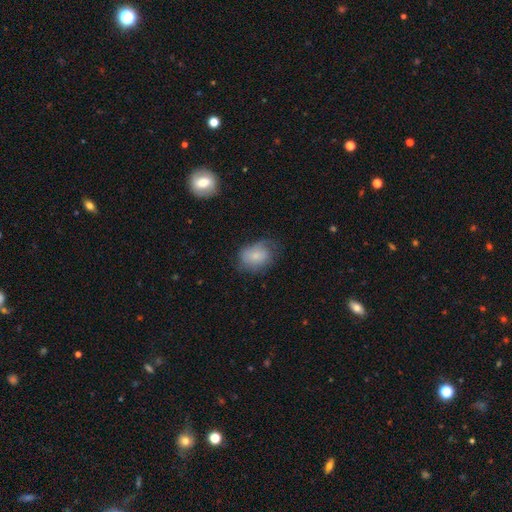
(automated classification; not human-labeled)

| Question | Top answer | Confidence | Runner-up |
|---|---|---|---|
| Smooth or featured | smooth | 65% | featured or disk (27%) |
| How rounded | in between | 63% | round (36%) |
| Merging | none | 52% | minor disturbance (31%) |